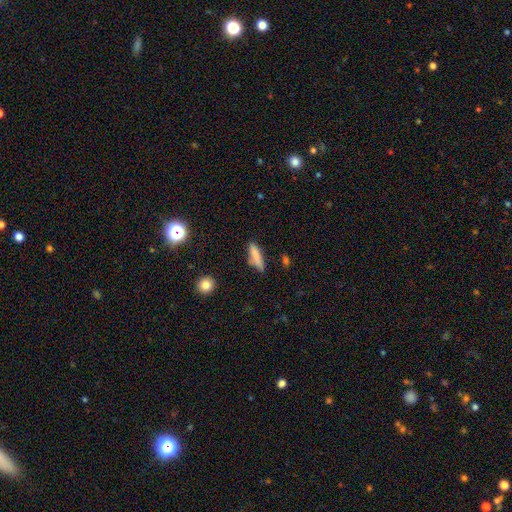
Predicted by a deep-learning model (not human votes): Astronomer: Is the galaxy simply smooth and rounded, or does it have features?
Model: smooth — 78%.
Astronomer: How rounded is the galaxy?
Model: cigar-shaped — 69%.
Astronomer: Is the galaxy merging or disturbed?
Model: none — 65%.